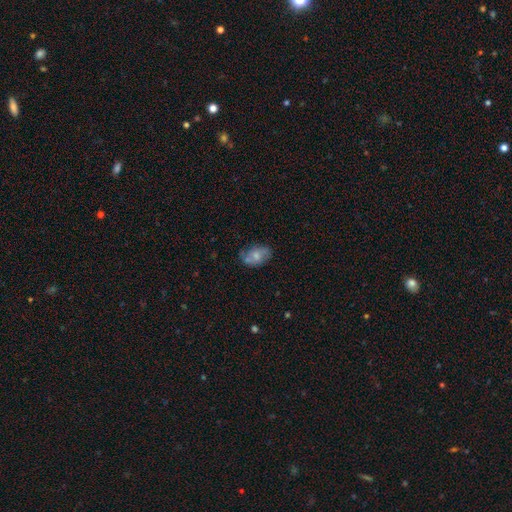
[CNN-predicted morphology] Smooth or featured? smooth (57%)
How rounded? in between (85%)
Merging? none (55%)